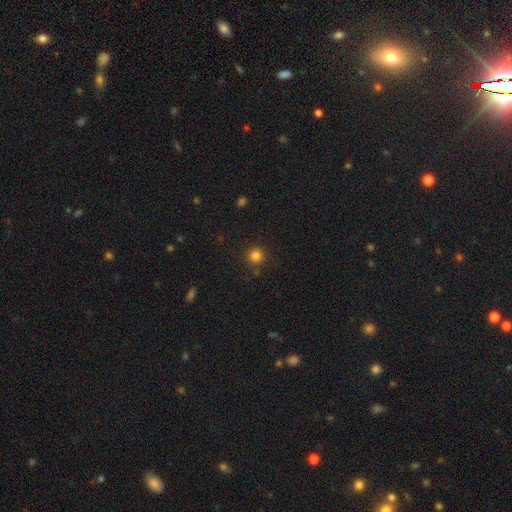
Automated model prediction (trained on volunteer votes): A smooth galaxy with no disk features (82%) that is round (95%). Merging: none (89%).